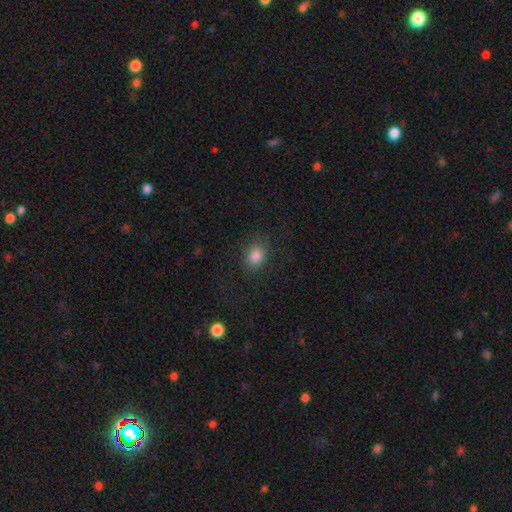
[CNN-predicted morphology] type=smooth (83%); roundness=in between (54%); merging=none (77%).